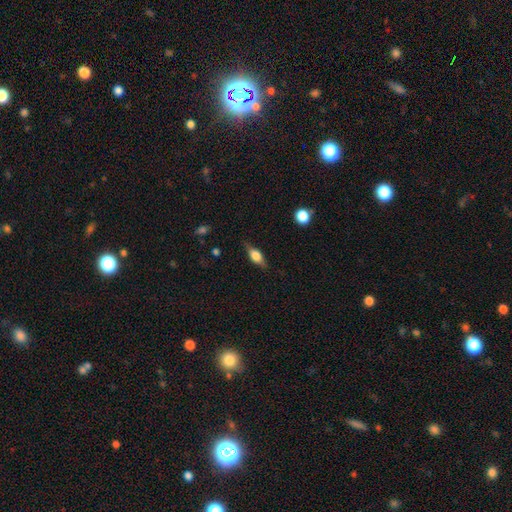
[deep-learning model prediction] Q: Smooth or featured?
A: smooth (54%); runner-up: featured or disk (38%)
Q: How rounded?
A: in between (70%); runner-up: cigar-shaped (23%)
Q: Merging?
A: none (79%); runner-up: minor disturbance (16%)